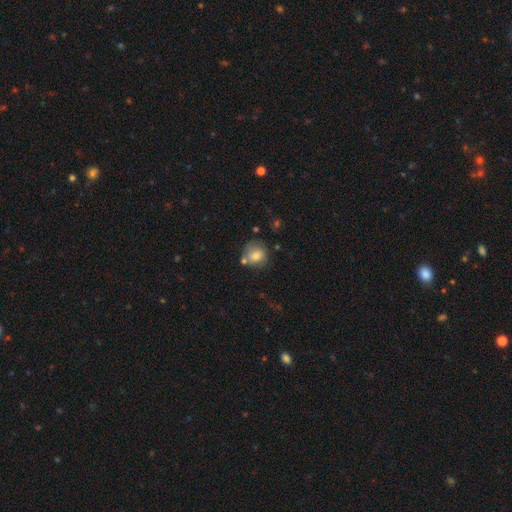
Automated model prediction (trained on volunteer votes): The model was most divided on "merging": none: 61%, minor disturbance: 19%, merger: 15%, major disturbance: 6%. More confident: how rounded — round (83%); smooth or featured — smooth (73%).